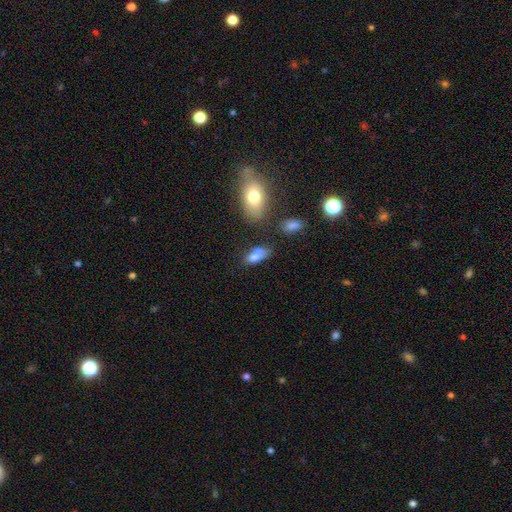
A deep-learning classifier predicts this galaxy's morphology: Smooth or featured? smooth (73%)
How rounded? in between (82%)
Merging? none (37%)